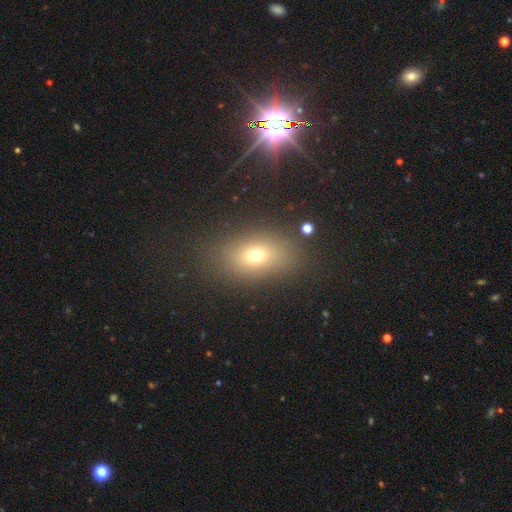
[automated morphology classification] Smooth or featured? Predicted: smooth (p=0.68). How rounded? Predicted: in between (p=0.75). Merging? Predicted: none (p=0.81).